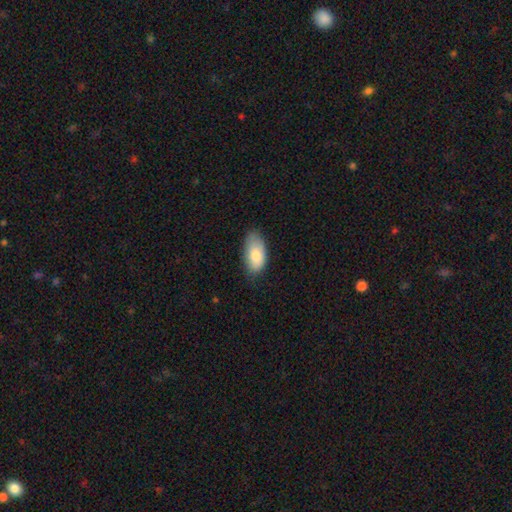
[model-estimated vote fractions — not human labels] smooth_or_featured: smooth (p=0.80) [alt: featured or disk p=0.13]
how_rounded: in between (p=0.94) [alt: round p=0.03]
merging: none (p=0.68) [alt: minor disturbance p=0.26]